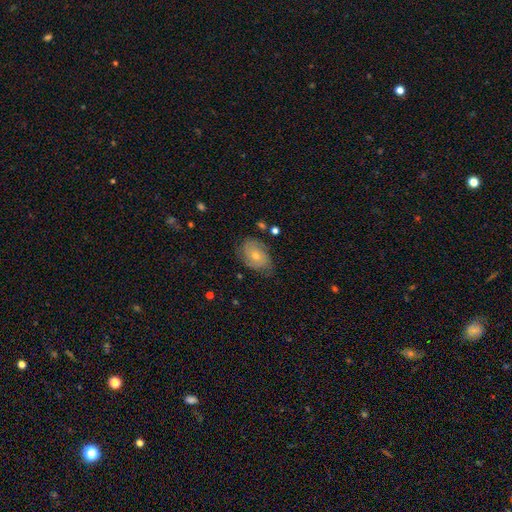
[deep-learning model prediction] This appears to be a featured or disk galaxy (61%) with no bar (79%), spiral arms (85%) and a small central bulge (48%, tied with moderate). Merging: none (75%).